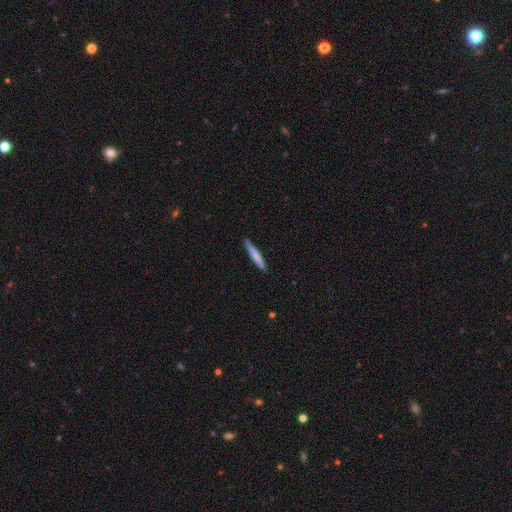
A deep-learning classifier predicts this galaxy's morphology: smooth-or-featured: smooth: 72% | featured or disk: 22% | star or artifact: 5%
  how-rounded: cigar-shaped: 95% | in between: 4% | round: 1%
  merging: none: 88% | minor disturbance: 10% | major disturbance: 2% | merger: 1%